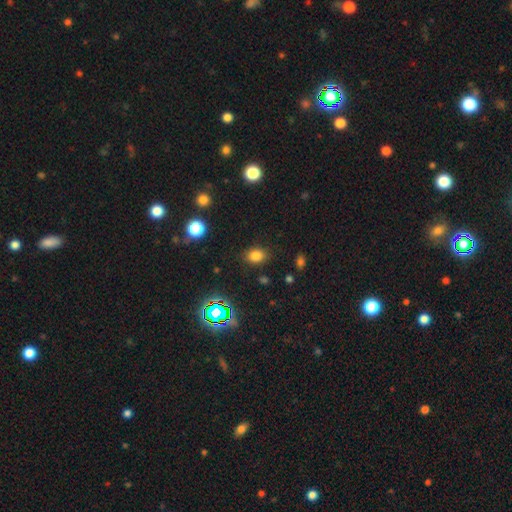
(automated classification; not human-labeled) smooth-or-featured: smooth: 76% | star or artifact: 18% | featured or disk: 6%
  how-rounded: in between: 67% | round: 32% | cigar-shaped: 1%
  merging: none: 83% | minor disturbance: 11% | major disturbance: 4% | merger: 2%